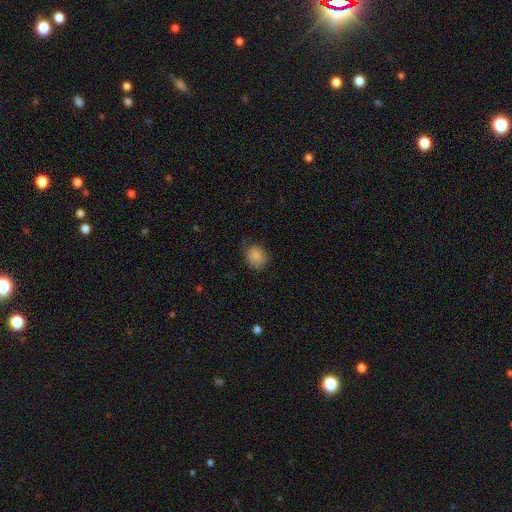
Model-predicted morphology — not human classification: Smooth or featured?
  - smooth: 86% *
  - star or artifact: 9%
  - featured or disk: 6%
How rounded?
  - round: 64% *
  - in between: 35%
  - cigar-shaped: 1%
Merging?
  - none: 72% *
  - minor disturbance: 22%
  - major disturbance: 5%
  - merger: 1%